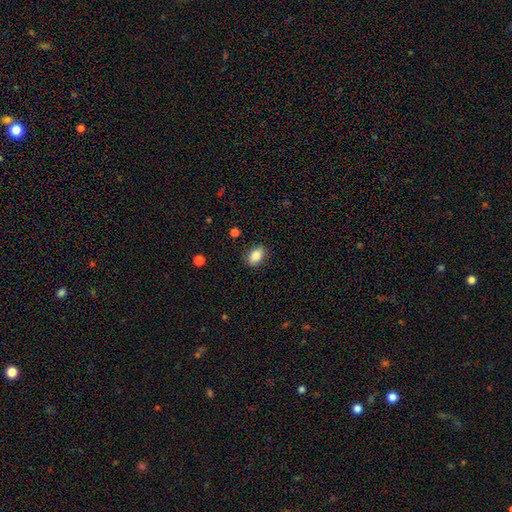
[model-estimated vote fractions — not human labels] Smooth or featured? Predicted: smooth (p=0.85). How rounded? Predicted: in between (p=0.86). Merging? Predicted: none (p=0.87).